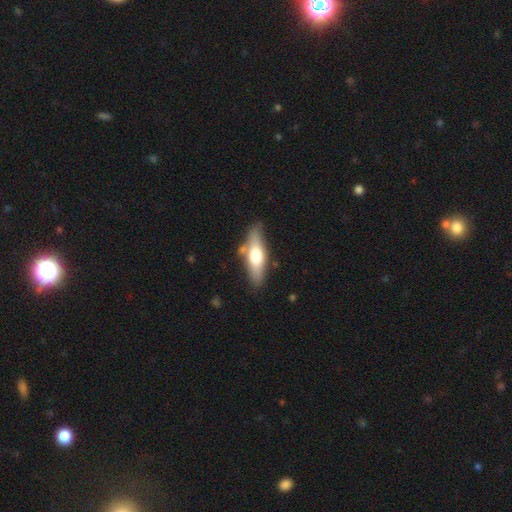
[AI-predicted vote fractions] Q: Smooth or featured?
A: smooth (56%); runner-up: featured or disk (38%)
Q: How rounded?
A: cigar-shaped (55%); runner-up: in between (43%)
Q: Merging?
A: none (76%); runner-up: minor disturbance (15%)